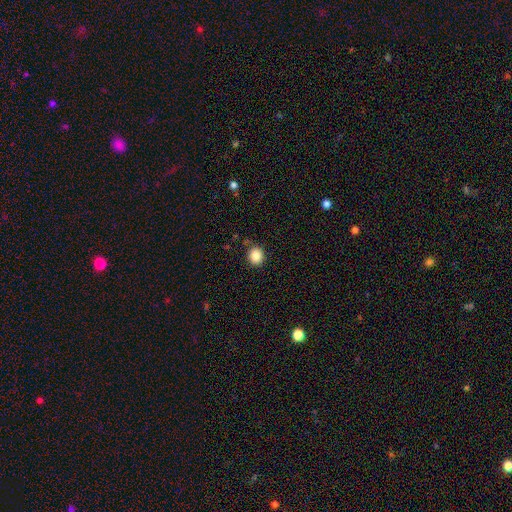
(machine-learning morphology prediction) Overall: smooth (86%). How rounded: round (78%). Merging: none (87%).